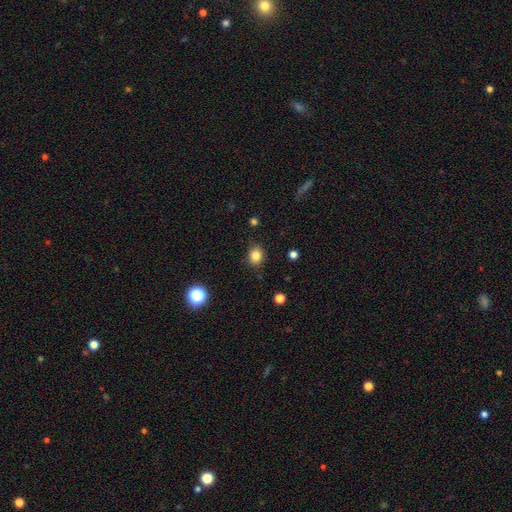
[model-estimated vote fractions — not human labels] smooth 83%, star or artifact 12%, featured or disk 5%. Down the decision tree: how rounded — round (67%); merging — none (87%).